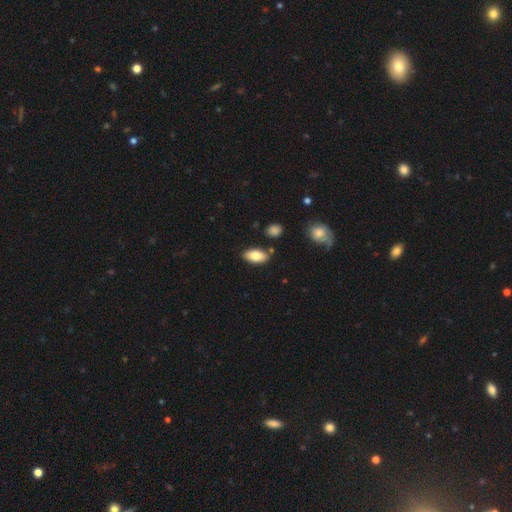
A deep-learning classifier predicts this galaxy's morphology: smooth_or_featured: smooth (p=0.81) [alt: featured or disk p=0.12]
how_rounded: in between (p=0.91) [alt: cigar-shaped p=0.06]
merging: none (p=0.83) [alt: minor disturbance p=0.11]